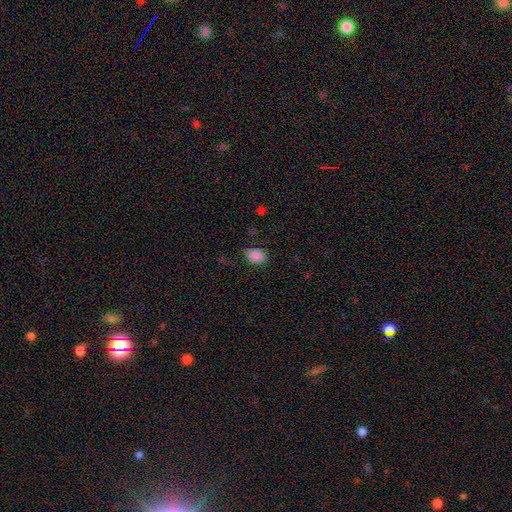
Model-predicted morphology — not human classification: The model was most divided on "merging": none: 77%, minor disturbance: 17%, major disturbance: 4%, merger: 1%. More confident: smooth or featured — smooth (87%); how rounded — in between (82%).